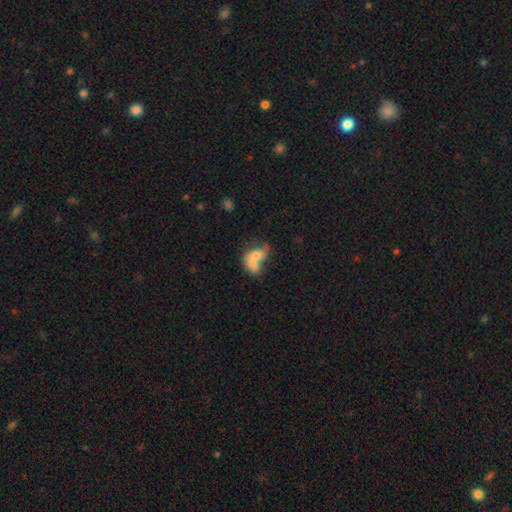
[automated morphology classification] smooth-or-featured: smooth: 61% | featured or disk: 31% | star or artifact: 8%
  how-rounded: in between: 75% | round: 23% | cigar-shaped: 2%
  merging: merger: 73% | none: 13% | minor disturbance: 7% | major disturbance: 7%